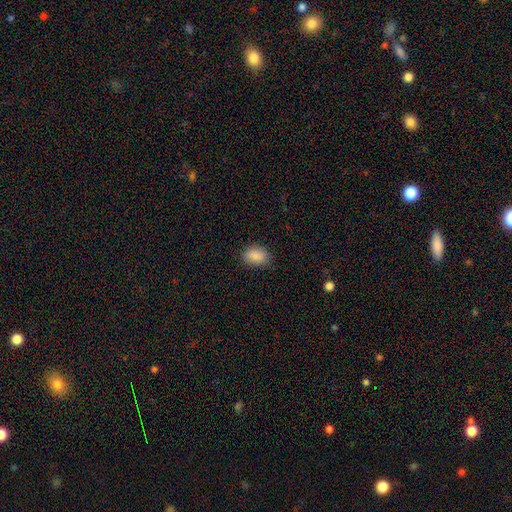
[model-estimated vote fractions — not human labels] smooth-or-featured: smooth: 88% | star or artifact: 8% | featured or disk: 4%
  how-rounded: in between: 83% | round: 15% | cigar-shaped: 2%
  merging: none: 81% | minor disturbance: 15% | major disturbance: 3% | merger: 1%